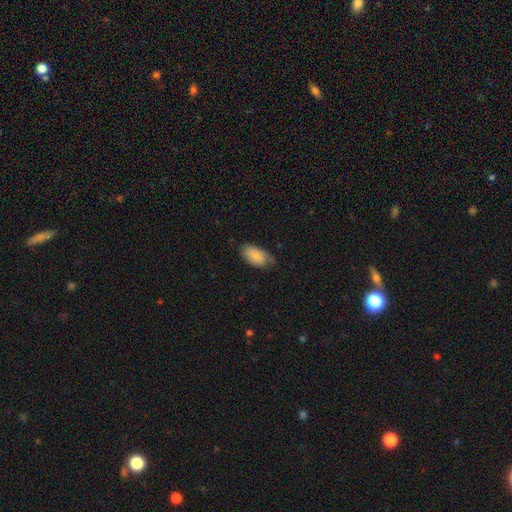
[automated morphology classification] Q: Smooth or featured?
A: smooth (80%); runner-up: featured or disk (13%)
Q: How rounded?
A: in between (93%); runner-up: cigar-shaped (4%)
Q: Merging?
A: none (57%); runner-up: minor disturbance (33%)